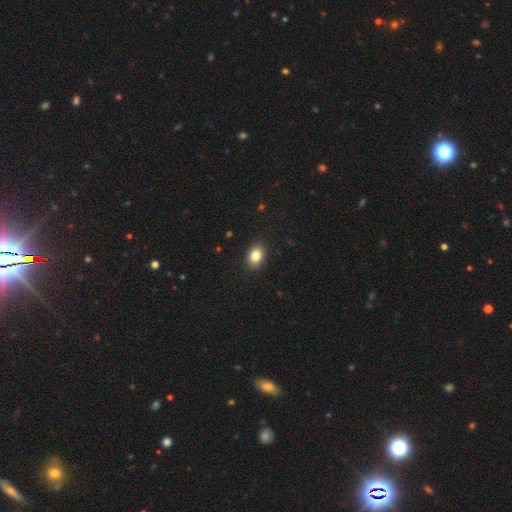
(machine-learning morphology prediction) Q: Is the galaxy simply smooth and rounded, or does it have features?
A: smooth — 84%.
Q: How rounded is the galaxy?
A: in between — 76%.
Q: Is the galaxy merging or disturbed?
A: none — 90%.